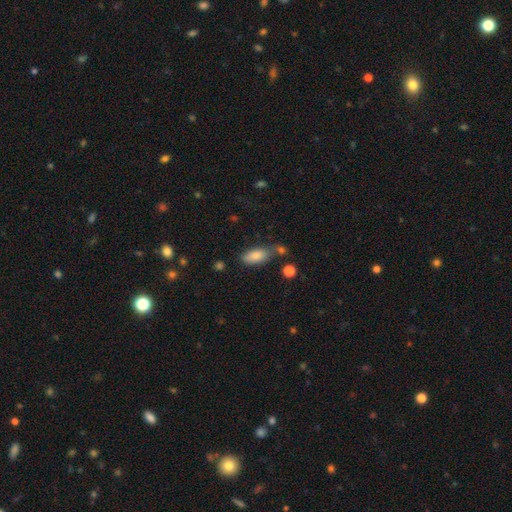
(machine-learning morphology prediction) A smooth galaxy with no disk features (83%) that is in between round and cigar-shaped (84%).

Vote fractions:
- Smooth or featured? smooth: 83% / featured or disk: 10% / star or artifact: 7%
- How rounded? in between: 84% / cigar-shaped: 13% / round: 3%
- Merging? none: 59% / minor disturbance: 22% / merger: 13% / major disturbance: 6%